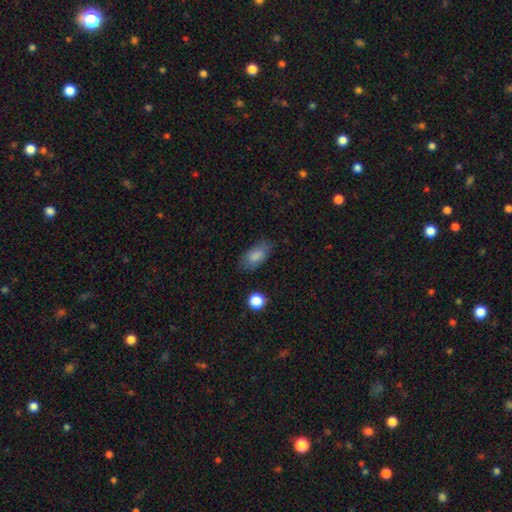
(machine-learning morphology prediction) Smooth or featured? Predicted: smooth (p=0.83). How rounded? Predicted: in between (p=0.89). Merging? Predicted: none (p=0.72).